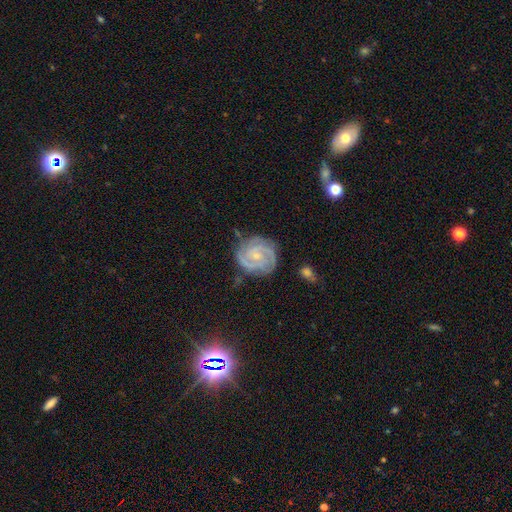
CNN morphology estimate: Smooth or featured: featured or disk — 89% (smooth — 6%)
Edge-on disk: no — 98% (yes — 2%)
Bar: no — 61% (weak — 31%)
Spiral arms: yes — 98% (no — 2%)
Spiral winding: tight — 72% (medium — 25%)
Spiral arm count: 2 — 36% (3 — 34%)
Bulge size: small — 76% (moderate — 19%)
Merging: none — 75% (minor disturbance — 18%)